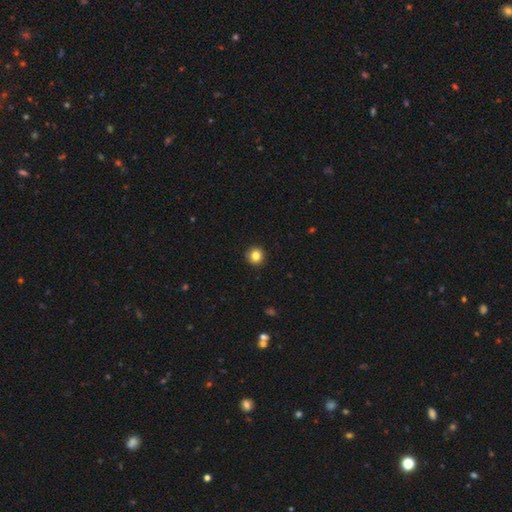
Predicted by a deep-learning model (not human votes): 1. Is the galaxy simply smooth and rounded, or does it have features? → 84% smooth, 11% star or artifact, 6% featured or disk.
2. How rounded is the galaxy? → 93% round, 6% in between, 1% cigar-shaped.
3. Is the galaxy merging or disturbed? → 92% none, 5% minor disturbance, 2% major disturbance, 1% merger.